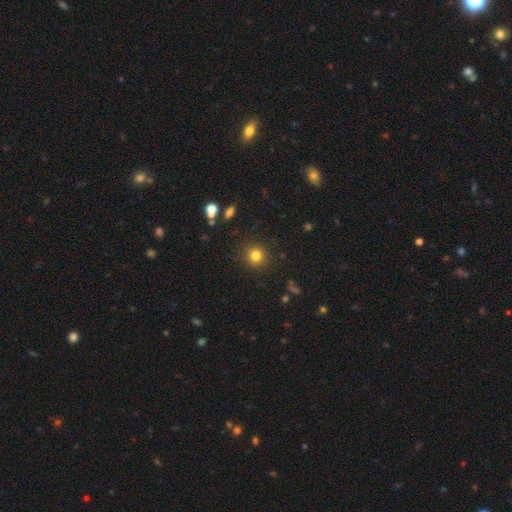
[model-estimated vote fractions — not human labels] smooth_or_featured: smooth (p=0.81) [alt: star or artifact p=0.13]
how_rounded: round (p=0.91) [alt: in between p=0.08]
merging: none (p=0.89) [alt: minor disturbance p=0.07]